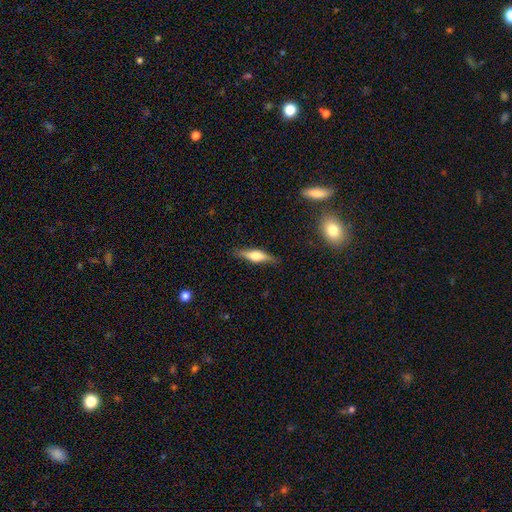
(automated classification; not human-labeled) This appears to be a featured or disk galaxy (54%) viewed edge-on (94%) with a rounded central bulge (88%). Merging: none (85%).